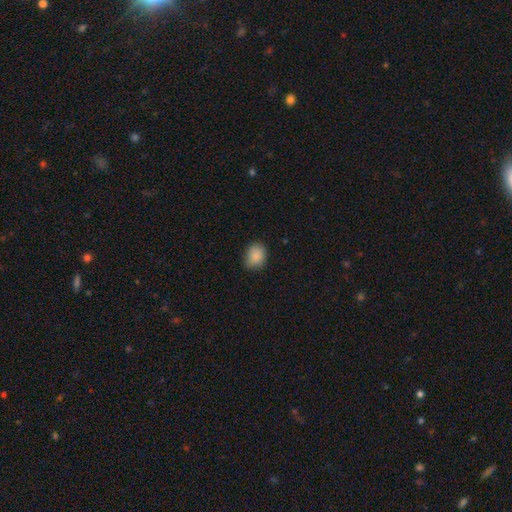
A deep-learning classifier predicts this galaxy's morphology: smooth 87%, star or artifact 8%, featured or disk 4%. Down the decision tree: how rounded — round (53%); merging — none (76%).